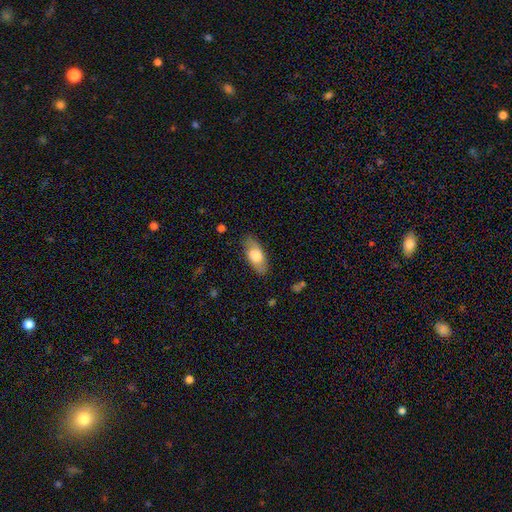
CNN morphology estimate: Q: Smooth or featured?
A: smooth (68%); runner-up: featured or disk (26%)
Q: How rounded?
A: in between (86%); runner-up: cigar-shaped (11%)
Q: Merging?
A: none (82%); runner-up: minor disturbance (14%)